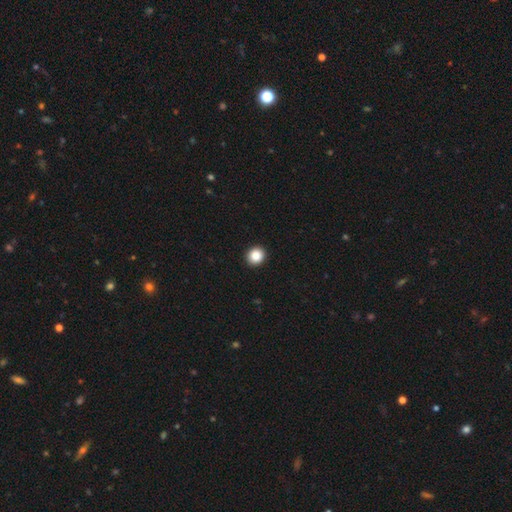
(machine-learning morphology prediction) This is clearly a smooth galaxy (86%). How rounded: clearly round (87%). Merging: clearly none (94%).